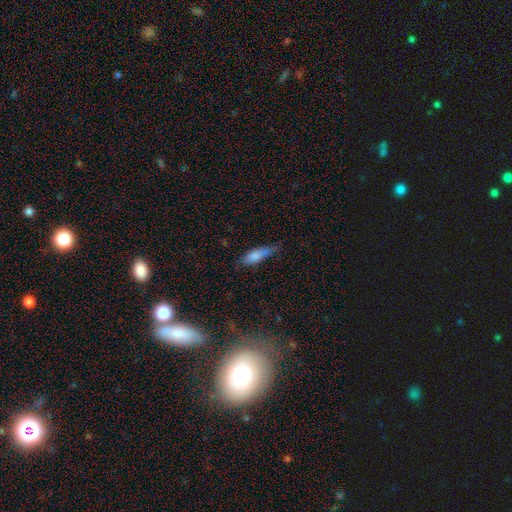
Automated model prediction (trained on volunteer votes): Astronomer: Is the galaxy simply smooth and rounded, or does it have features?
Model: smooth — 77%.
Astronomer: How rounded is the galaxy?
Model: in between — 51% (runner-up: cigar-shaped, 47%).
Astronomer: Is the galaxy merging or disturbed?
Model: none — 52% (runner-up: minor disturbance, 35%).